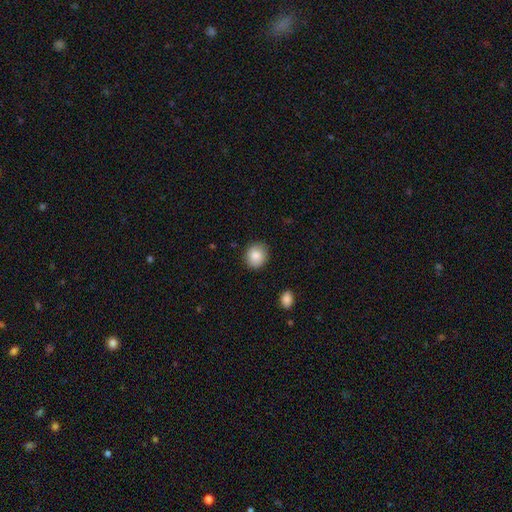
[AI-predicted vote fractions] The model was most divided on "how rounded": round: 78%, in between: 22%, cigar-shaped: 1%. More confident: merging — none (87%); smooth or featured — smooth (87%).